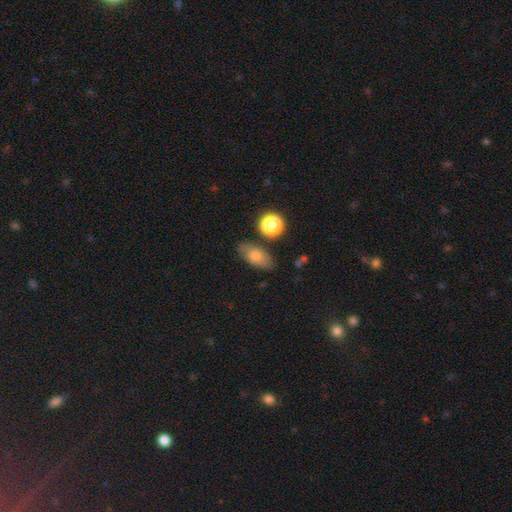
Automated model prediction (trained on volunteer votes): smooth-or-featured: smooth: 72% | featured or disk: 18% | star or artifact: 10%
  how-rounded: in between: 84% | round: 10% | cigar-shaped: 6%
  merging: none: 72% | minor disturbance: 18% | major disturbance: 5% | merger: 5%